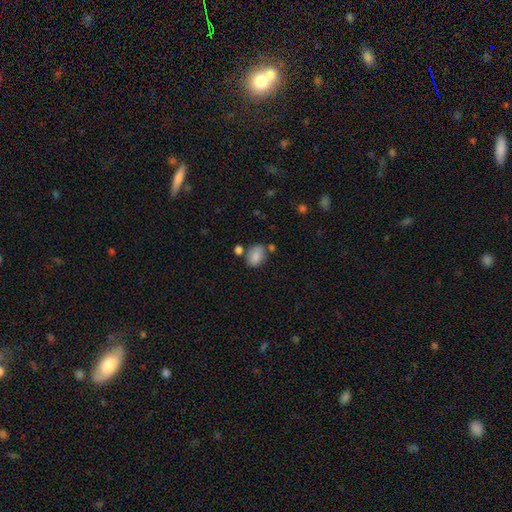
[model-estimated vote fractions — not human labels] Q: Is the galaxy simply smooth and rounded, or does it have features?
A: smooth — 84%.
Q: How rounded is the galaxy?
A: in between — 78%.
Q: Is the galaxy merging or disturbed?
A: none — 62%.